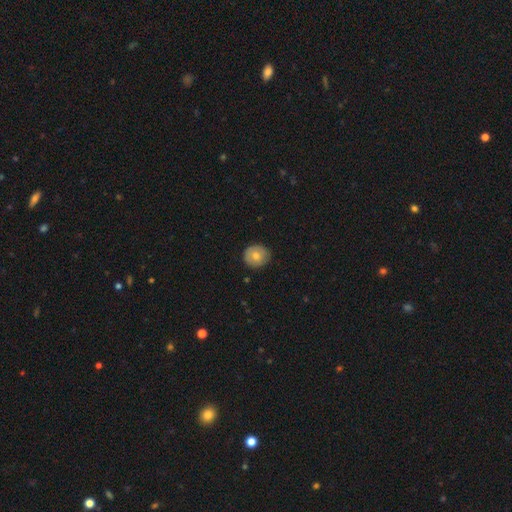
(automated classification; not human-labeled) Smooth or featured: smooth — 71% (featured or disk — 21%)
How rounded: round — 86% (in between — 13%)
Merging: none — 86% (minor disturbance — 11%)